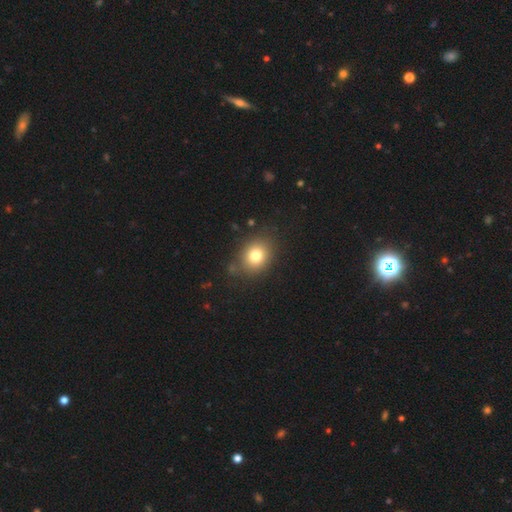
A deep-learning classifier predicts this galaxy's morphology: smooth 78%, star or artifact 12%, featured or disk 10%. Down the decision tree: how rounded — round (58%); merging — none (81%).